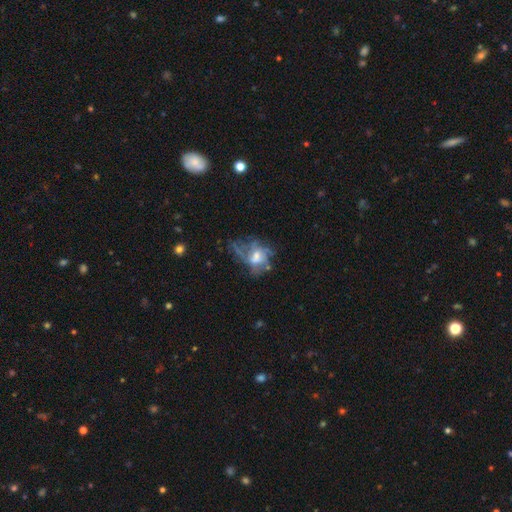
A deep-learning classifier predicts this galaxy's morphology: A featured or disk galaxy (64%) with no bar (64%), spiral arms (55%) and a moderate central bulge (53%). Merging: major disturbance (39%).